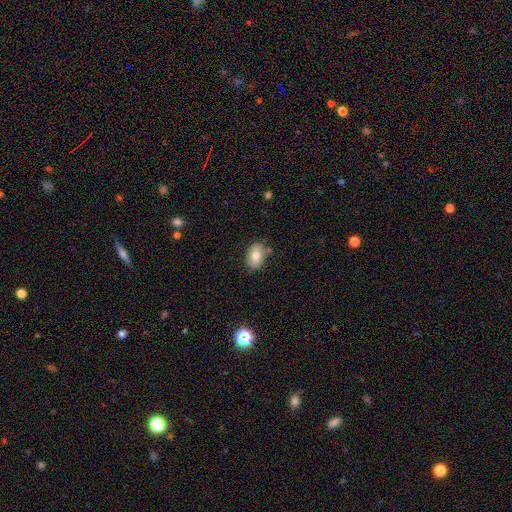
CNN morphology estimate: Q: Smooth or featured?
A: smooth (76%); runner-up: featured or disk (16%)
Q: How rounded?
A: in between (84%); runner-up: round (15%)
Q: Merging?
A: none (76%); runner-up: minor disturbance (17%)